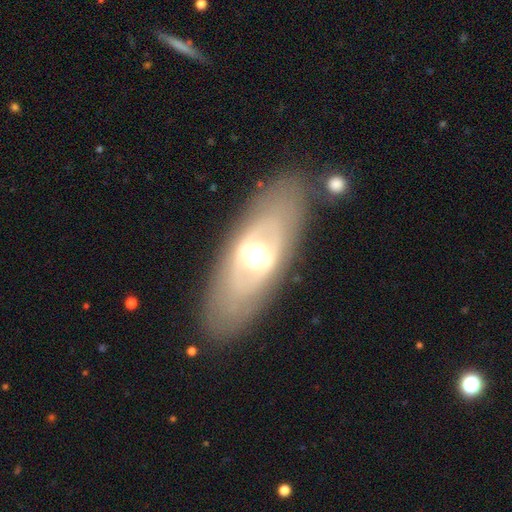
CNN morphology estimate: Smooth or featured: featured or disk — 65% (smooth — 29%)
Edge-on disk: no — 79% (yes — 21%)
Bar: no — 50% (weak — 28%)
Spiral arms: no — 84% (yes — 16%)
Bulge size: moderate — 66% (large — 20%)
Merging: none — 84% (minor disturbance — 10%)